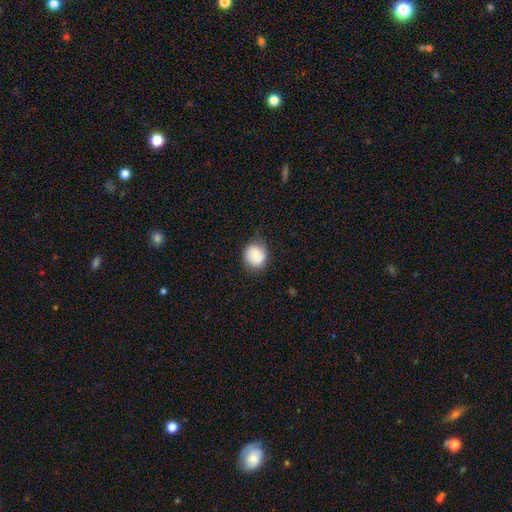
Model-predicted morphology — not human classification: type=smooth (78%); roundness=round (76%); merging=none (68%).